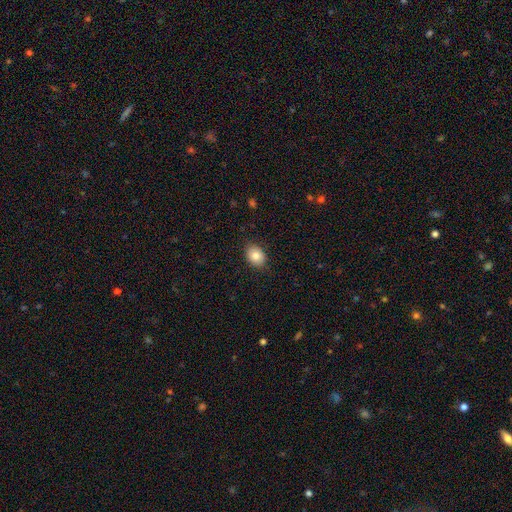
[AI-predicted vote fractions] smooth_or_featured: smooth (p=0.83) [alt: featured or disk p=0.09]
how_rounded: in between (p=0.63) [alt: round p=0.36]
merging: none (p=0.87) [alt: minor disturbance p=0.10]